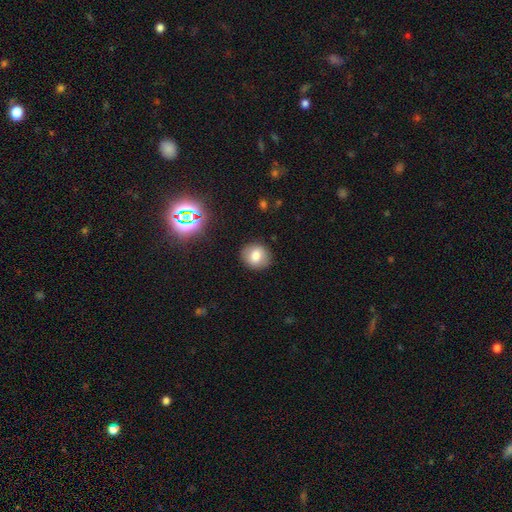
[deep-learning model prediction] smooth-or-featured: smooth: 76% | featured or disk: 13% | star or artifact: 11%
  how-rounded: round: 79% | in between: 20% | cigar-shaped: 1%
  merging: none: 88% | minor disturbance: 8% | major disturbance: 2% | merger: 1%